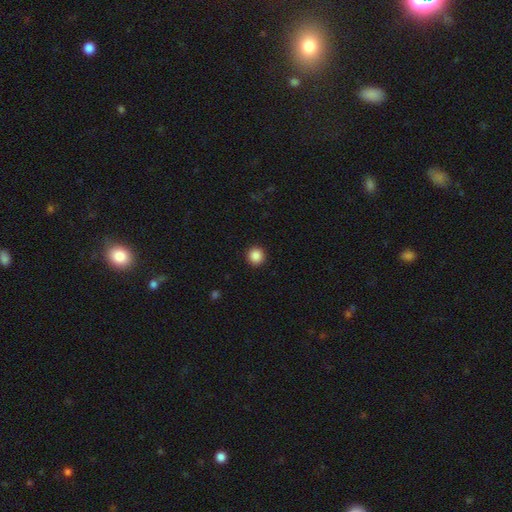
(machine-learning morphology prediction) Smooth or featured?
  - smooth: 87% *
  - star or artifact: 10%
  - featured or disk: 3%
How rounded?
  - round: 94% *
  - in between: 6%
  - cigar-shaped: 1%
Merging?
  - none: 93% *
  - minor disturbance: 4%
  - major disturbance: 2%
  - merger: 1%